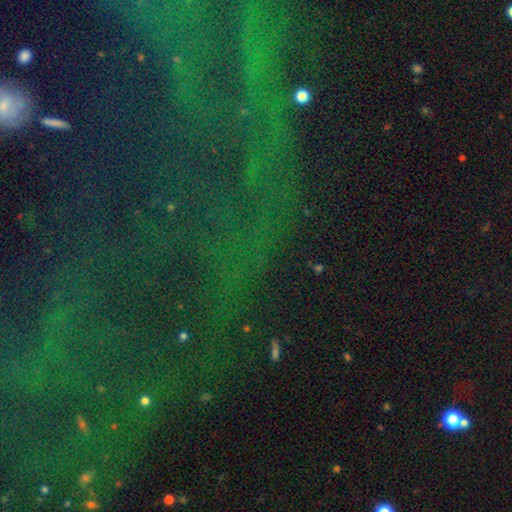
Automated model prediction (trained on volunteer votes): A star or artifact, not a galaxy (80%).

Vote fractions:
- Smooth or featured? star or artifact: 80% / featured or disk: 11% / smooth: 9%